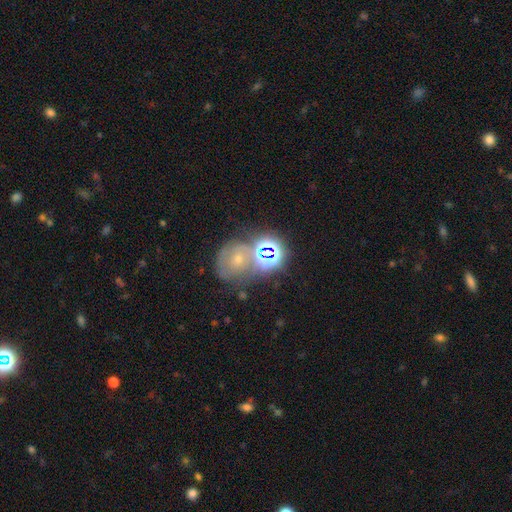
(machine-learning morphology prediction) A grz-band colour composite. It shows a star or artifact, not a galaxy (45%).